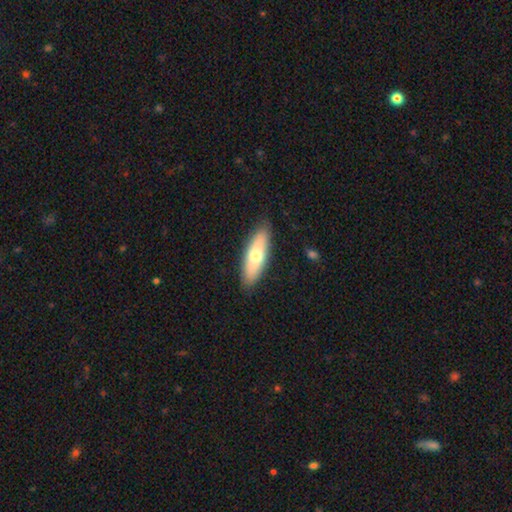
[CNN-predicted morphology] Smooth or featured: smooth — 63% (featured or disk — 32%)
How rounded: in between — 54% (cigar-shaped — 44%)
Merging: none — 88% (minor disturbance — 9%)